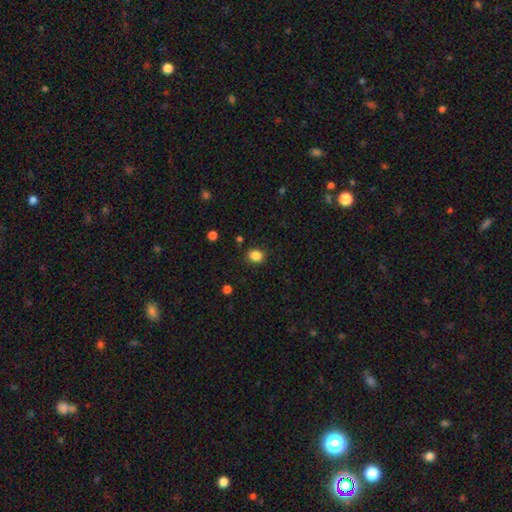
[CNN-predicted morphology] A smooth galaxy with no disk features (85%) that is round (68%).

Vote fractions:
- Smooth or featured? smooth: 85% / star or artifact: 11% / featured or disk: 4%
- How rounded? round: 68% / in between: 31% / cigar-shaped: 1%
- Merging? none: 87% / minor disturbance: 8% / major disturbance: 2% / merger: 2%